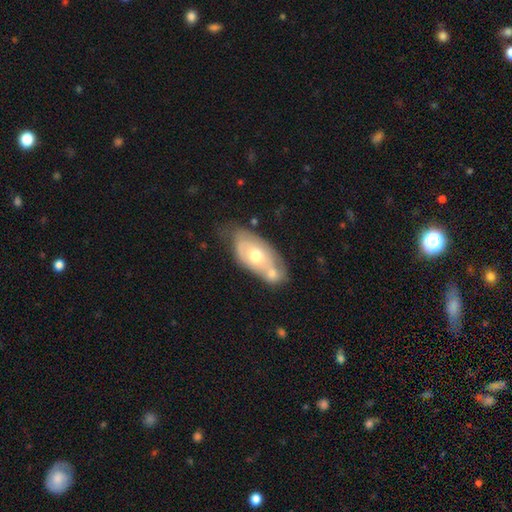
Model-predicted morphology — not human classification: This is possibly a featured or disk galaxy (49%). Merging: marginally merger (45%).